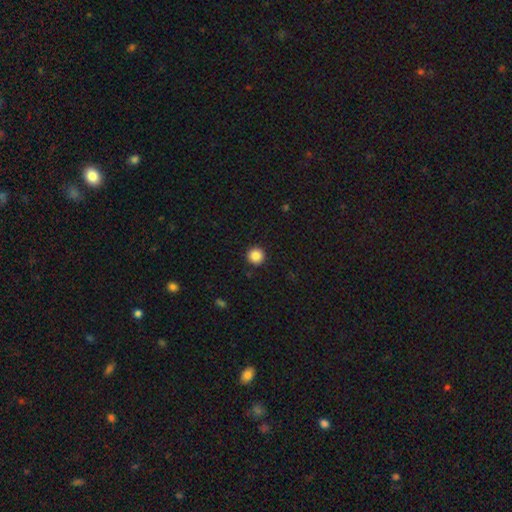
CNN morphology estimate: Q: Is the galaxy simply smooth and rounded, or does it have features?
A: smooth — 87%.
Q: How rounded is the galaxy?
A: round — 96%.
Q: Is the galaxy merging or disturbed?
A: none — 93%.